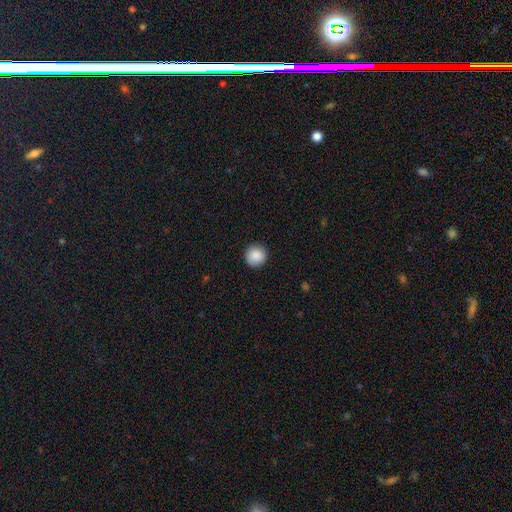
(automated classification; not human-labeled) Smooth or featured?
  - smooth: 89% *
  - star or artifact: 8%
  - featured or disk: 3%
How rounded?
  - round: 95% *
  - in between: 4%
  - cigar-shaped: 1%
Merging?
  - none: 92% *
  - minor disturbance: 6%
  - major disturbance: 2%
  - merger: 1%